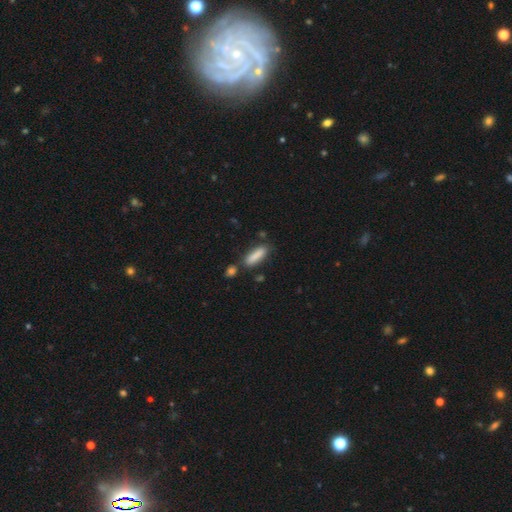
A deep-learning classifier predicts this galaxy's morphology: smooth 85%, featured or disk 8%, star or artifact 7%. Down the decision tree: how rounded — cigar-shaped (60%); merging — none (75%).